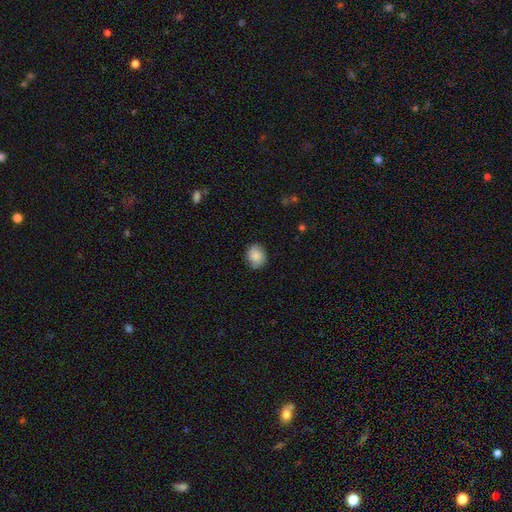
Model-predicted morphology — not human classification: Overall: smooth (87%). How rounded: round (65%; in between 34%). Merging: none (84%).